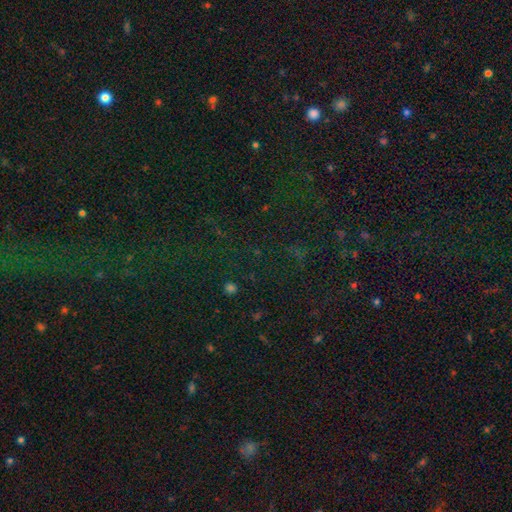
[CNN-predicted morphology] Smooth or featured? star or artifact (74%)